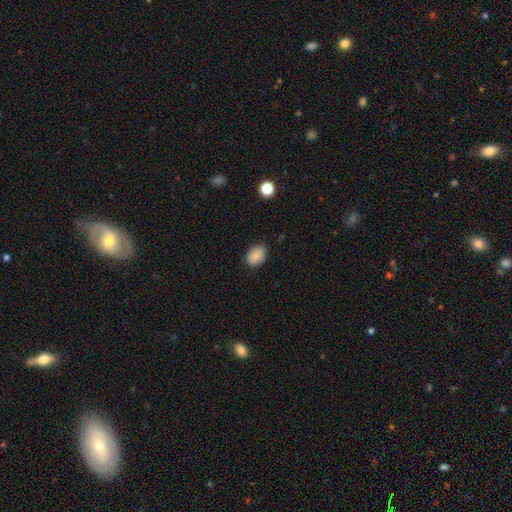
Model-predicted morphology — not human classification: Smooth or featured? smooth (86%)
How rounded? in between (76%)
Merging? none (83%)